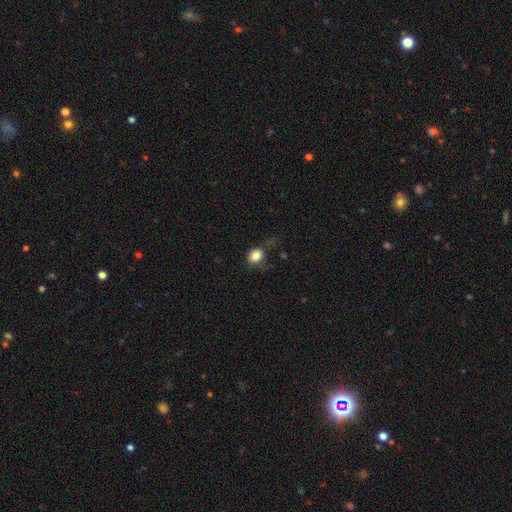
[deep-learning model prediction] This appears to be a smooth galaxy with no disk features (83%) that is round (58%). Merging: none (42%).